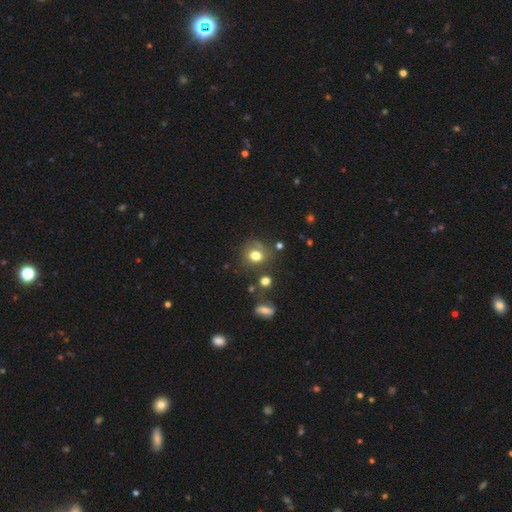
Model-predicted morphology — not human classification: Smooth or featured? smooth (74%)
How rounded? round (73%)
Merging? none (63%)